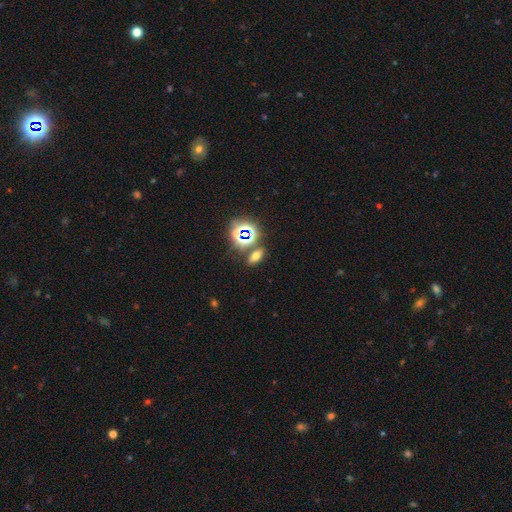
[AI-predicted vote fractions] Smooth or featured: smooth — 52% (star or artifact — 34%)
How rounded: in between — 71% (round — 16%)
Merging: none — 78% (merger — 9%)